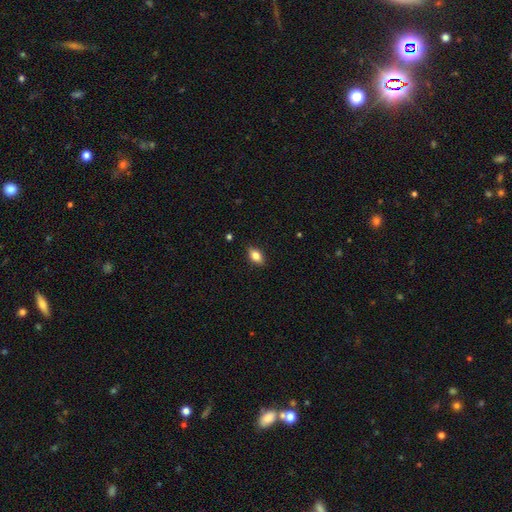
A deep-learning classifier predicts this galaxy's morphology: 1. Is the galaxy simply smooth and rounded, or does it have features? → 79% smooth, 13% featured or disk, 8% star or artifact.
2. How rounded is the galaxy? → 87% in between, 8% round, 5% cigar-shaped.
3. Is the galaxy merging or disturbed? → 86% none, 10% minor disturbance, 2% major disturbance, 1% merger.